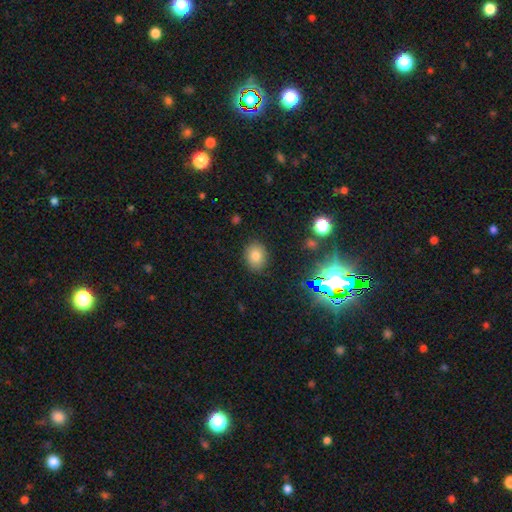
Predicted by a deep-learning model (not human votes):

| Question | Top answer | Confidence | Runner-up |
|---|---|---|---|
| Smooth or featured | smooth | 76% | star or artifact (15%) |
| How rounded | round | 52% | in between (47%) |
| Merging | none | 86% | minor disturbance (9%) |